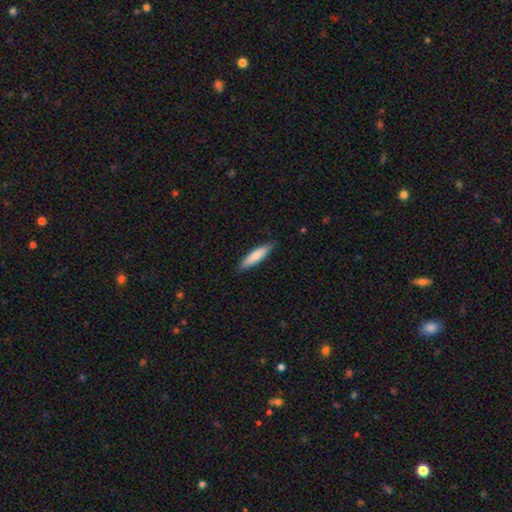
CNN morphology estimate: A smooth galaxy with no disk features (78%) that is cigar-shaped (78%). Merging: none (86%).